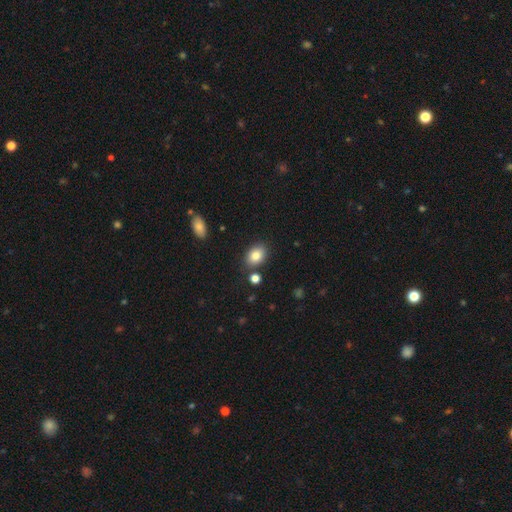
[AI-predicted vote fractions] Smooth or featured? smooth (83%)
How rounded? in between (77%)
Merging? none (81%)